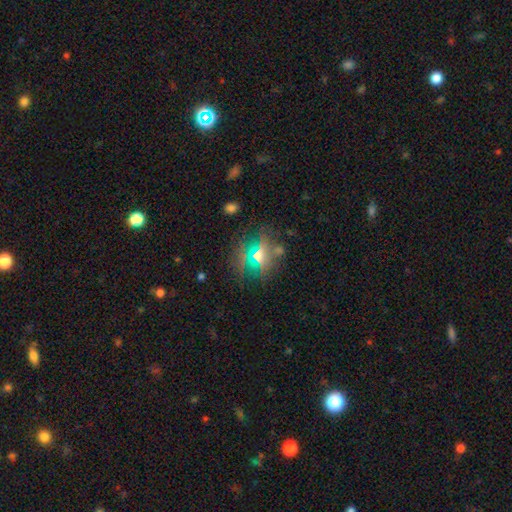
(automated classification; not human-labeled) Smooth or featured?
  - smooth: 47% *
  - star or artifact: 33%
  - featured or disk: 20%
Merging?
  - none: 76% *
  - minor disturbance: 12%
  - major disturbance: 6%
  - merger: 6%